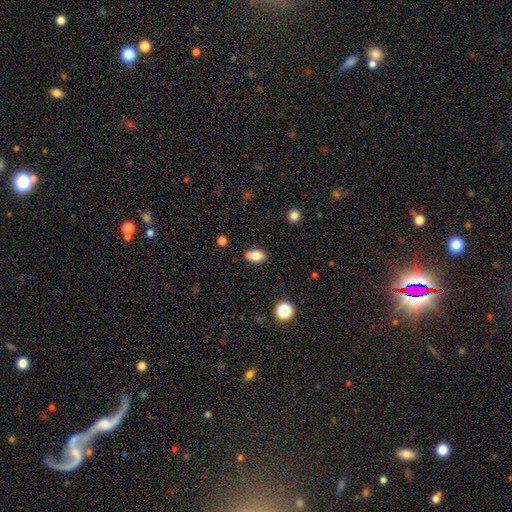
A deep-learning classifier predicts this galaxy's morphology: Q: Smooth or featured?
A: smooth (81%); runner-up: star or artifact (10%)
Q: How rounded?
A: in between (86%); runner-up: round (12%)
Q: Merging?
A: none (69%); runner-up: minor disturbance (18%)